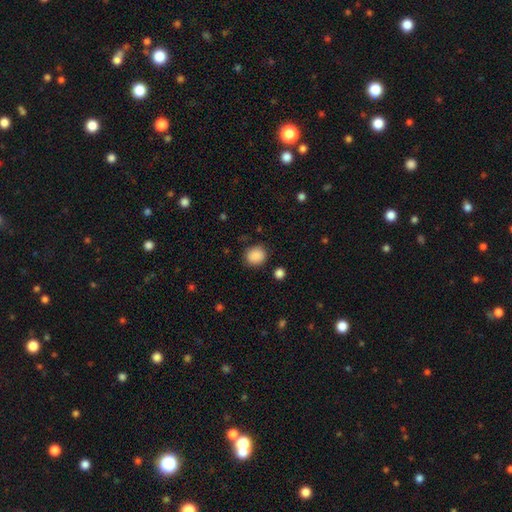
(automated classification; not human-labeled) This is clearly a smooth galaxy (88%). How rounded: likely round (76%). Merging: clearly none (83%).